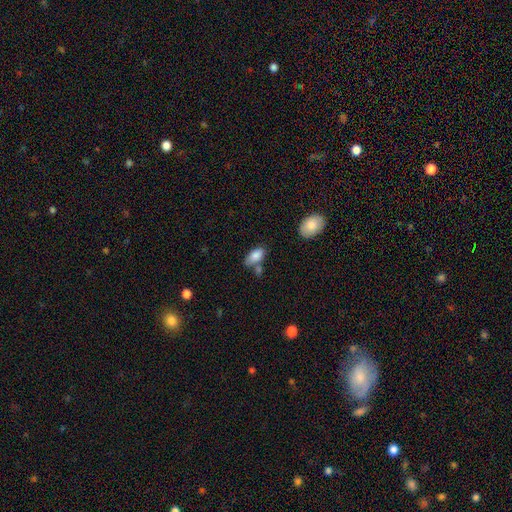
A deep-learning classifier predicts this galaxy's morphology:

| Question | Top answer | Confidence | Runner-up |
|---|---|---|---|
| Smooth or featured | smooth | 84% | featured or disk (8%) |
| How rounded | in between | 92% | cigar-shaped (4%) |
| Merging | none | 53% | minor disturbance (22%) |